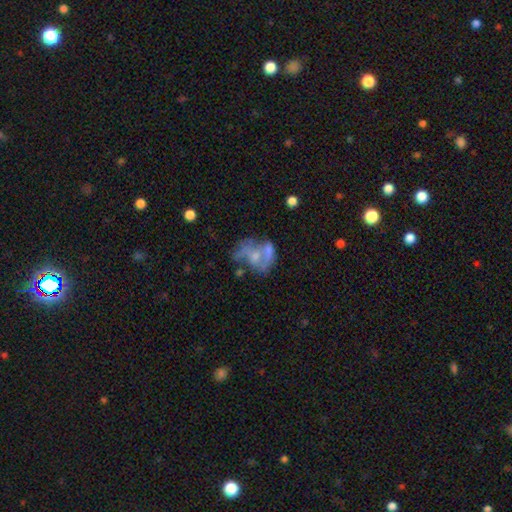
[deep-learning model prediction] A featured or disk galaxy (58%) with no bar (78%), no spiral arms (68%) and a moderate central bulge (35%). Merging: merger (32%).